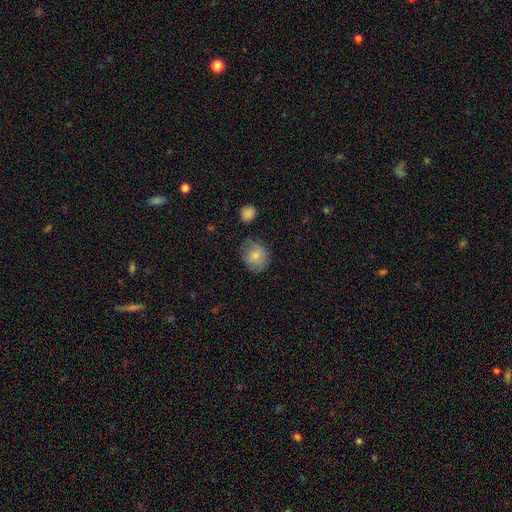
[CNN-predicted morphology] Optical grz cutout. It shows a smooth galaxy with no disk features (77%) that is round (75%). Merging: none (68%).